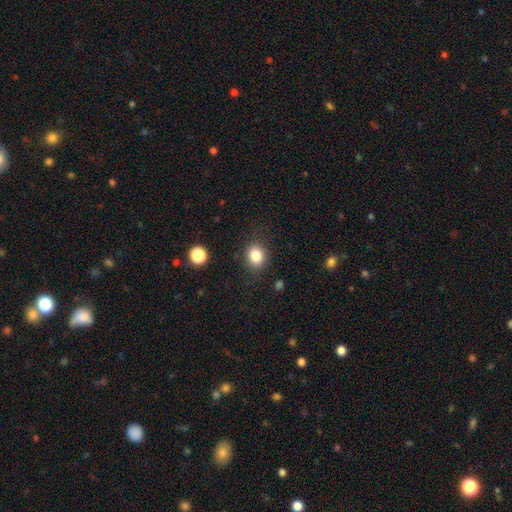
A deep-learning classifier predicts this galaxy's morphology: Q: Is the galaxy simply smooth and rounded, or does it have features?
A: smooth — 83%.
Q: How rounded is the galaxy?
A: round — 66%.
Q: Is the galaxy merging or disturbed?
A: none — 84%.